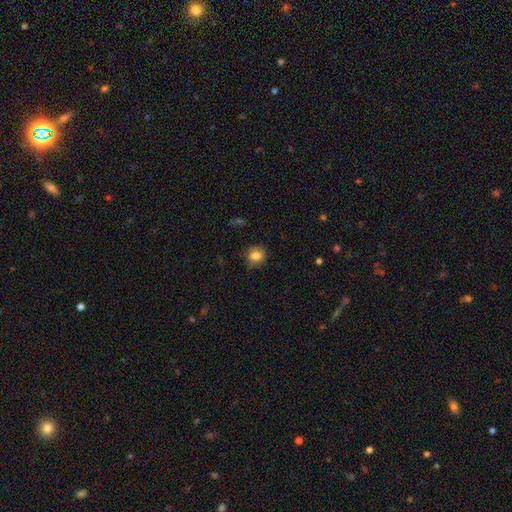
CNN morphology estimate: Smooth or featured? Predicted: smooth (p=0.82). How rounded? Predicted: round (p=0.73). Merging? Predicted: none (p=0.81).